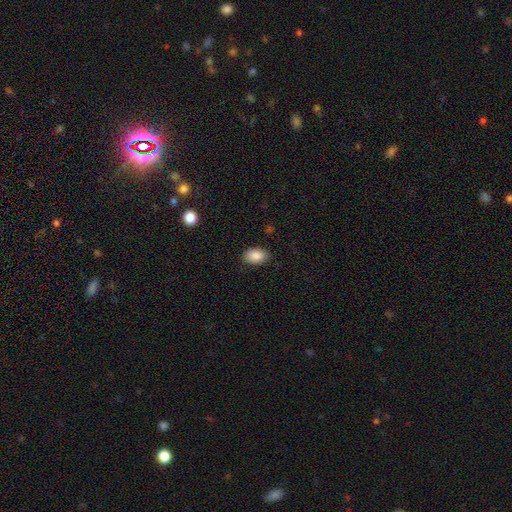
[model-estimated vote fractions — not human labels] This appears to be a smooth galaxy with no disk features (88%) that is in between round and cigar-shaped (89%). Merging: none (85%).